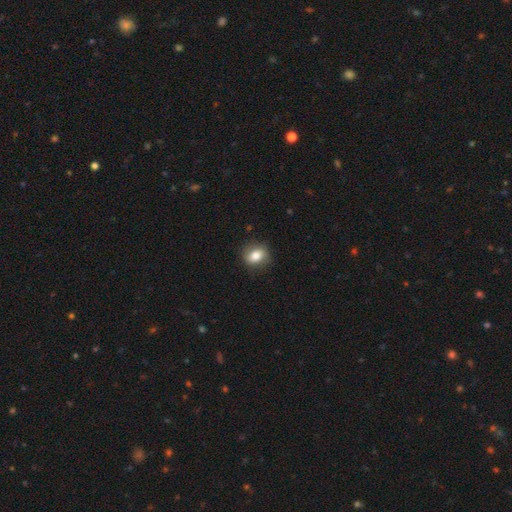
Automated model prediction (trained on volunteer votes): Smooth or featured? smooth (77%)
How rounded? in between (55%)
Merging? none (84%)